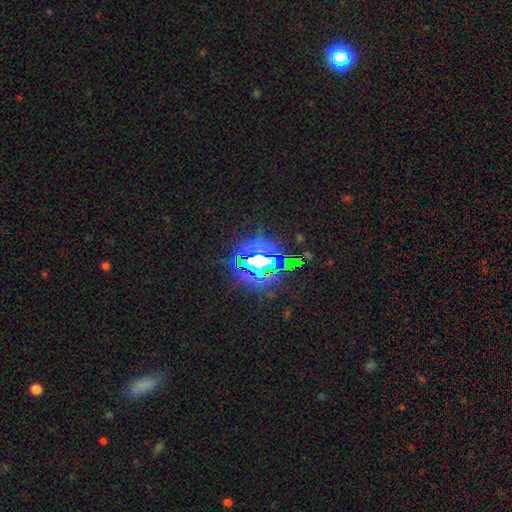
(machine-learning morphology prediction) smooth_or_featured: star or artifact (p=0.79) [alt: smooth p=0.11]